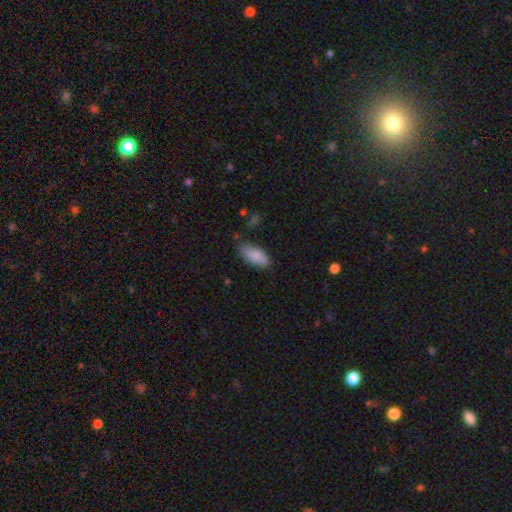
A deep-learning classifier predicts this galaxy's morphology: Smooth or featured? smooth (85%)
How rounded? in between (90%)
Merging? none (73%)